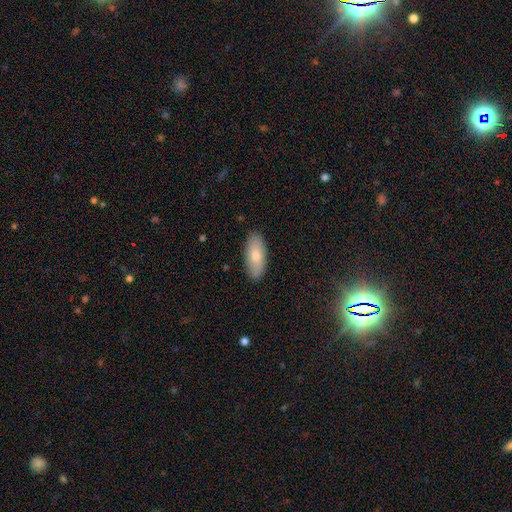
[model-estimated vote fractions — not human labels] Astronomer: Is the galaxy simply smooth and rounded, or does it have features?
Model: smooth — 78%.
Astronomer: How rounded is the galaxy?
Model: in between — 87%.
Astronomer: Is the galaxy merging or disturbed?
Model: none — 87%.